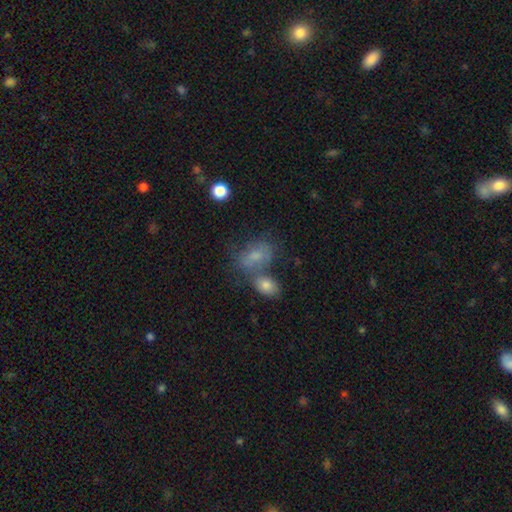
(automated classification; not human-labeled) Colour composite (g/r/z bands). It shows a smooth galaxy with no disk features (65%) that is in between round and cigar-shaped (78%). Merging: merger (35%, tied with none).